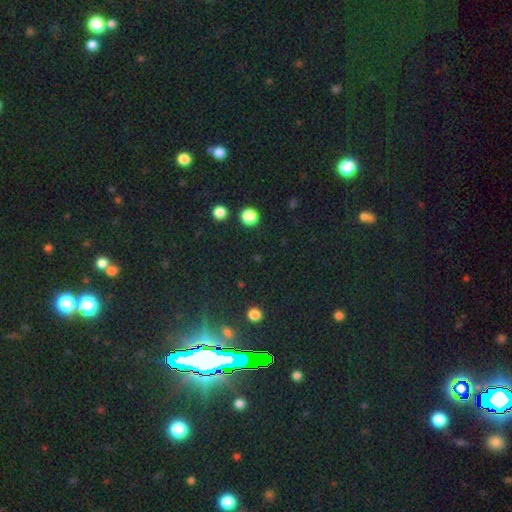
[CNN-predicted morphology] Smooth or featured: star or artifact — 78% (smooth — 14%)